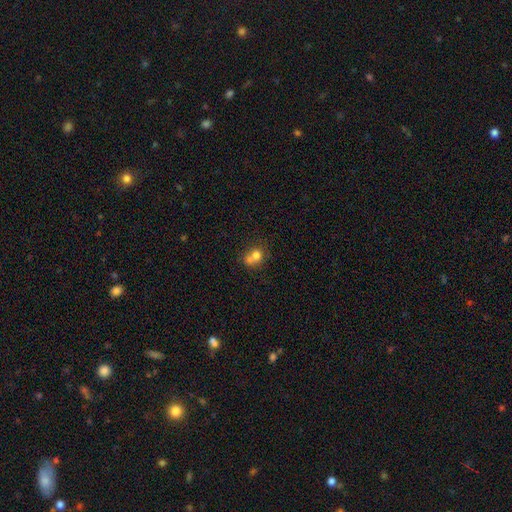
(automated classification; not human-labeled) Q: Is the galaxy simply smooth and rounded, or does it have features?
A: smooth — 71%.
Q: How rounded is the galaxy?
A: round — 72%.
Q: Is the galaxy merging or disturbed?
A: merger — 55%.